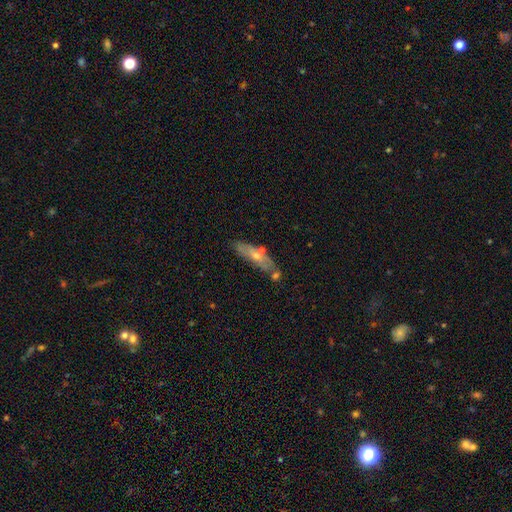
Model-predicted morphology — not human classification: type=featured or disk (49%); merging=none (62%).